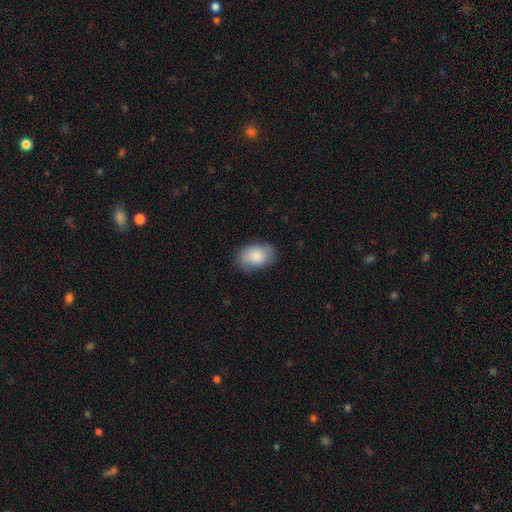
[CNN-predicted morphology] This appears to be a smooth galaxy with no disk features (84%) that is in between round and cigar-shaped (87%). Merging: none (80%).